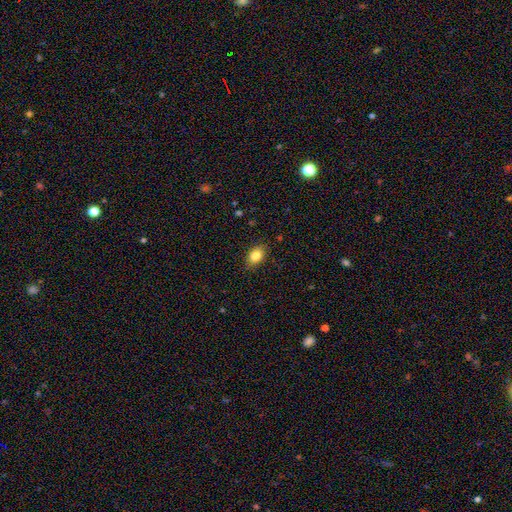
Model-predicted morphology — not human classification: Smooth or featured? smooth (83%)
How rounded? in between (76%)
Merging? none (85%)